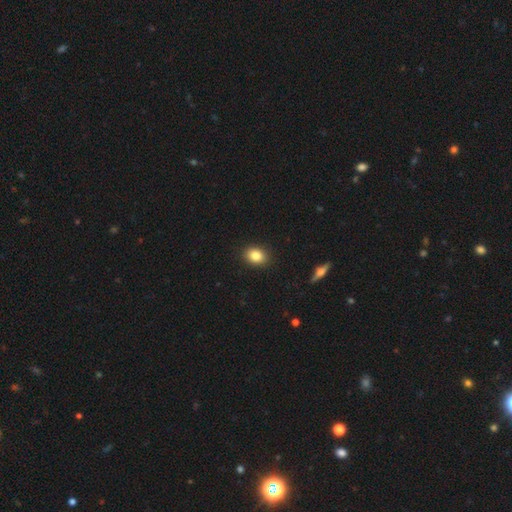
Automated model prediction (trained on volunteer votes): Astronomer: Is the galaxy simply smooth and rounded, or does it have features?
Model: smooth — 84%.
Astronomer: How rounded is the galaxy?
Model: in between — 64%.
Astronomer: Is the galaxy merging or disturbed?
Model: none — 90%.